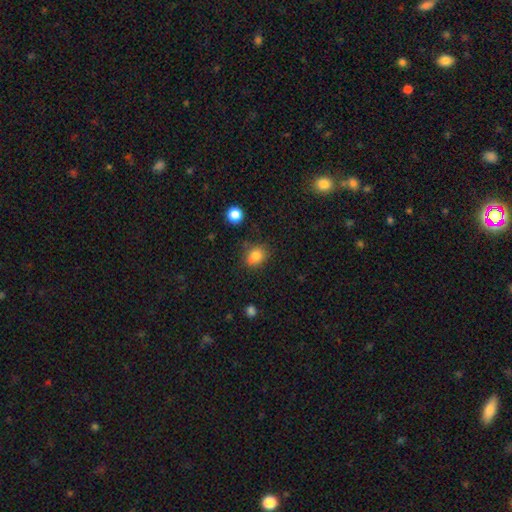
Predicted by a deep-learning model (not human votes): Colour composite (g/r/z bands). It shows a smooth galaxy with no disk features (81%) that is round (61%). Merging: none (65%).